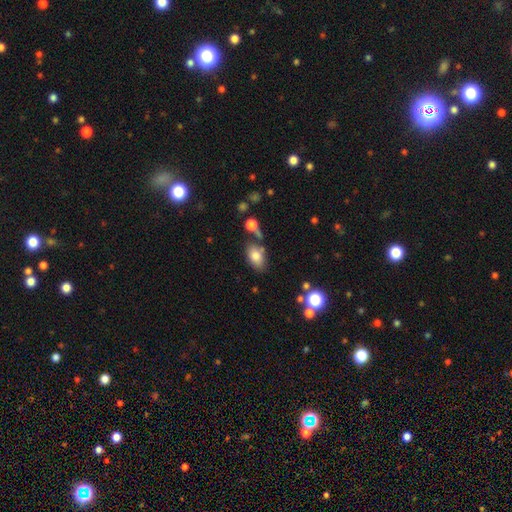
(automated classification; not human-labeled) This appears to be a smooth galaxy with no disk features (79%) that is in between round and cigar-shaped (88%). Merging: none (64%).